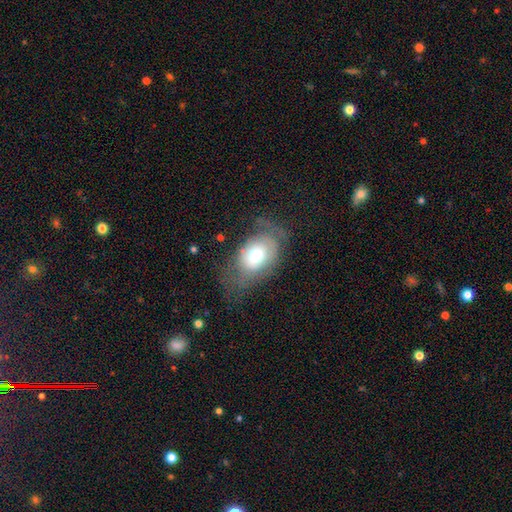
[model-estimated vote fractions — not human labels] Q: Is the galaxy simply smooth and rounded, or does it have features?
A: smooth — 55%.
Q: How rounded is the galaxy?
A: in between — 77%.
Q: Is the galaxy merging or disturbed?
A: none — 47%.